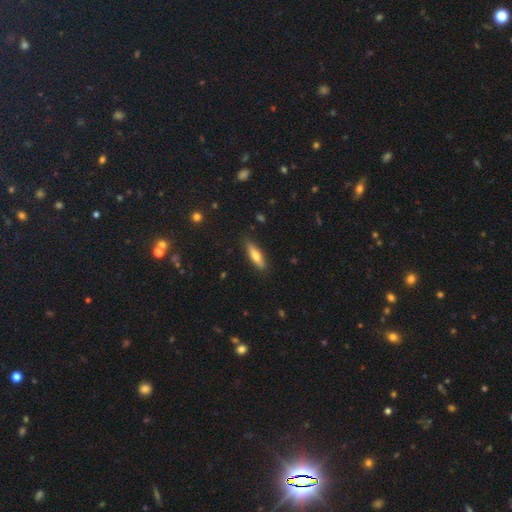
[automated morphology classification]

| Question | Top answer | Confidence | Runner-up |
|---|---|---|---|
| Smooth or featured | smooth | 62% | featured or disk (32%) |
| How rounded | cigar-shaped | 66% | in between (32%) |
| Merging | none | 86% | minor disturbance (11%) |